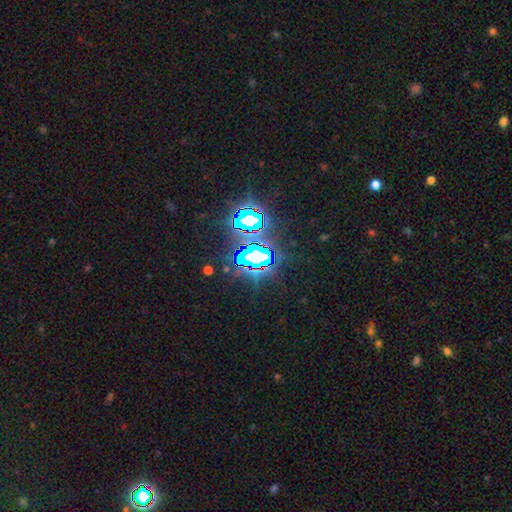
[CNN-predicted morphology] Smooth or featured?
  - star or artifact: 77% *
  - smooth: 13%
  - featured or disk: 10%